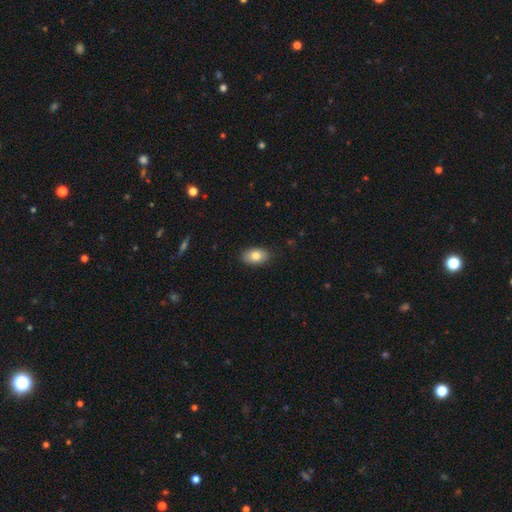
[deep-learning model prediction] Q: Smooth or featured?
A: smooth (81%); runner-up: featured or disk (12%)
Q: How rounded?
A: in between (91%); runner-up: round (8%)
Q: Merging?
A: none (86%); runner-up: minor disturbance (11%)